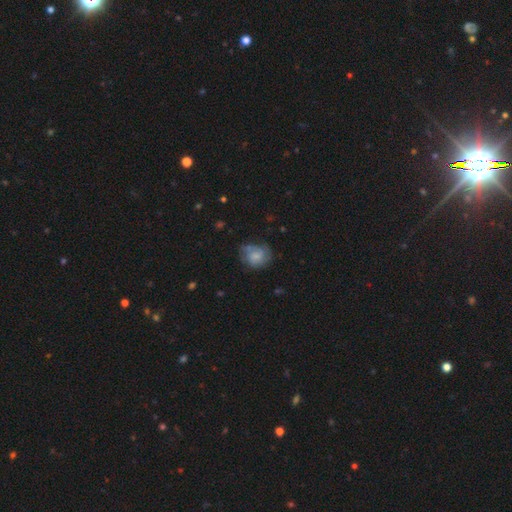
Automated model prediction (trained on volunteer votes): This is possibly a smooth galaxy (52%). How rounded: likely round (64%). Merging: possibly none (55%).